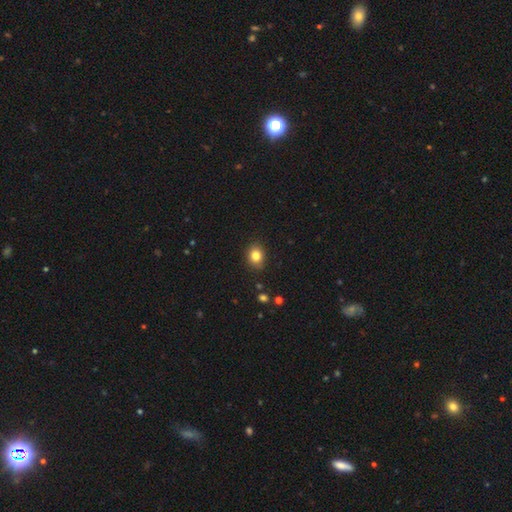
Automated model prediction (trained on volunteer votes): This is clearly a smooth galaxy (82%). How rounded: possibly round (54%). Merging: clearly none (85%).